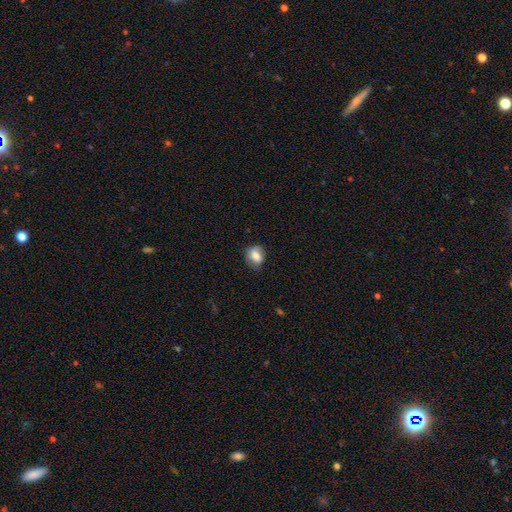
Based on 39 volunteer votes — Smooth or featured?
  - smooth: 82% *
  - featured or disk: 13%
  - star or artifact: 5%
How rounded?
  - round: 53% *
  - in between: 47%
  - cigar-shaped: 0%
Merging?
  - none: 62% *
  - minor disturbance: 24%
  - major disturbance: 14%
  - merger: 0%